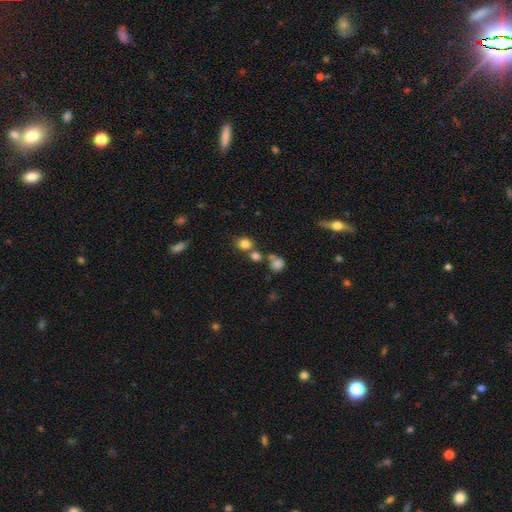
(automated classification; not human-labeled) A smooth galaxy with no disk features (64%) that is round (82%). Merging: none (67%).